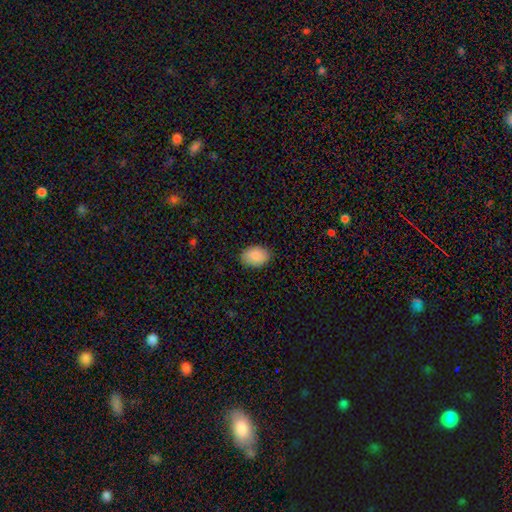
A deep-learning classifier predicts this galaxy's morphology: smooth 89%, star or artifact 7%, featured or disk 4%. Down the decision tree: how rounded — in between (81%); merging — none (86%).